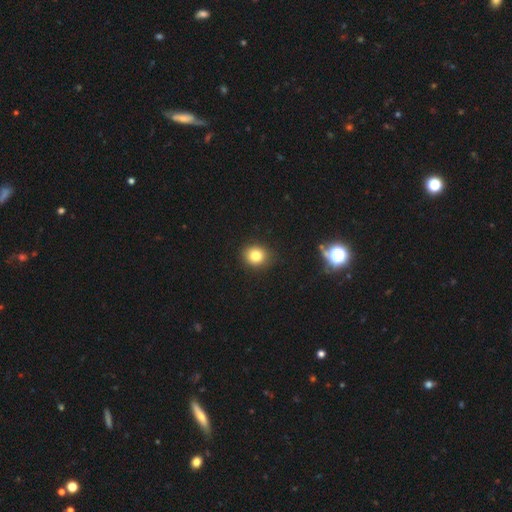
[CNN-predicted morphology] smooth_or_featured: smooth (p=0.80) [alt: star or artifact p=0.13]
how_rounded: round (p=0.80) [alt: in between p=0.19]
merging: none (p=0.88) [alt: minor disturbance p=0.09]